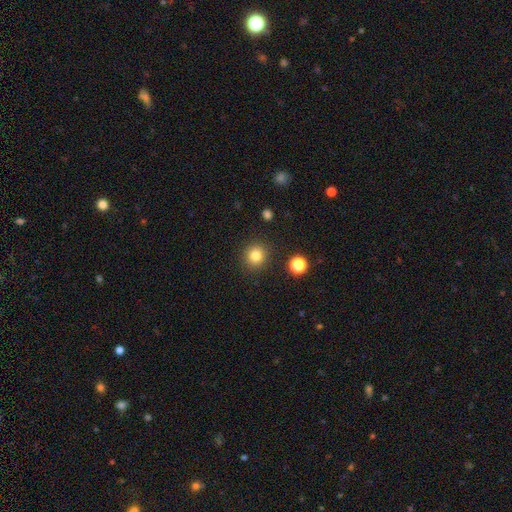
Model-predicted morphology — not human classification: smooth_or_featured: smooth (p=0.82) [alt: star or artifact p=0.12]
how_rounded: round (p=0.90) [alt: in between p=0.09]
merging: none (p=0.90) [alt: minor disturbance p=0.06]